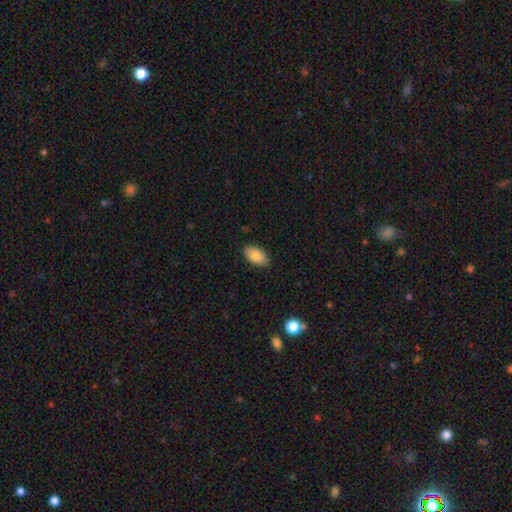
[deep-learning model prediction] Morphology: type=smooth (85%); roundness=in between (94%); merging=none (87%).